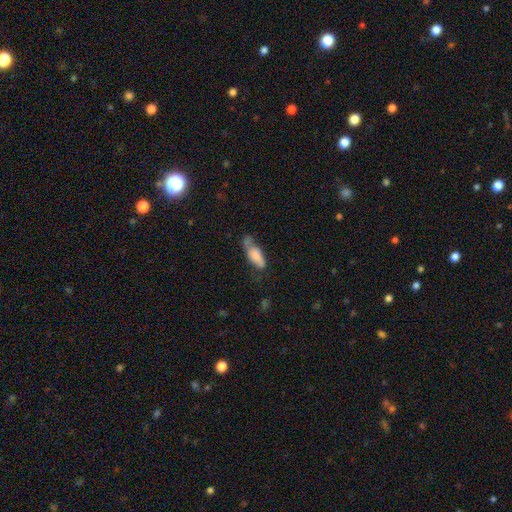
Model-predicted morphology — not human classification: smooth_or_featured: smooth (p=0.72) [alt: featured or disk p=0.21]
how_rounded: in between (p=0.68) [alt: cigar-shaped p=0.30]
merging: none (p=0.38) [alt: minor disturbance p=0.33]